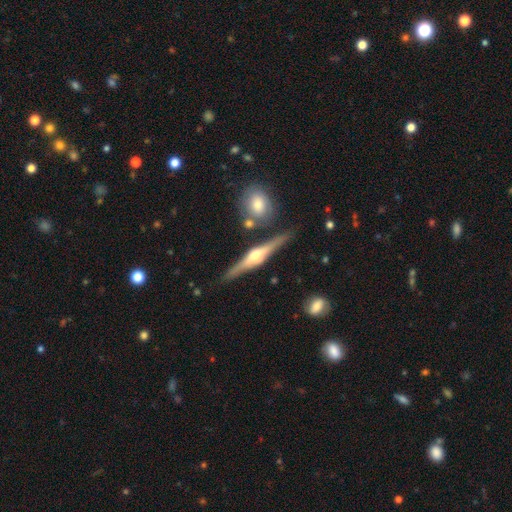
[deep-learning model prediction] Smooth or featured?
  - featured or disk: 81% *
  - smooth: 13%
  - star or artifact: 5%
Edge-on disk?
  - yes: 98% *
  - no: 2%
Edge-on bulge?
  - rounded: 90% *
  - boxy: 8%
  - none: 2%
Merging?
  - none: 85% *
  - minor disturbance: 8%
  - merger: 5%
  - major disturbance: 2%